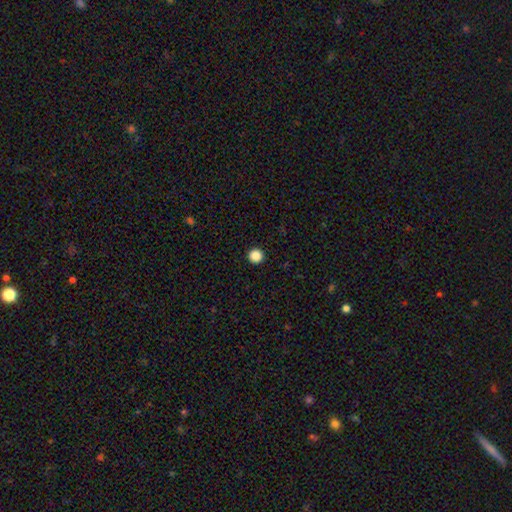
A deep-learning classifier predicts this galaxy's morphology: A smooth galaxy with no disk features (87%) that is round (97%). Merging: none (94%).